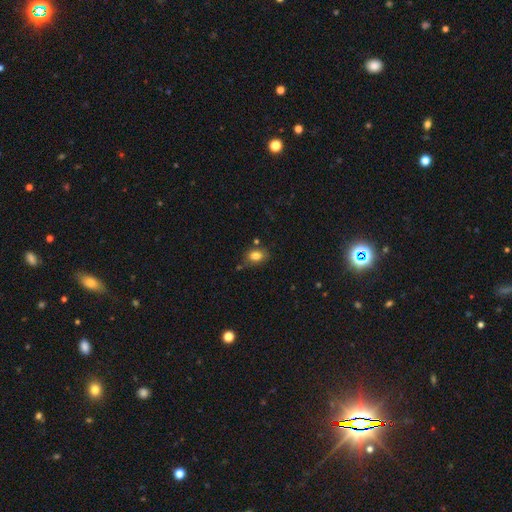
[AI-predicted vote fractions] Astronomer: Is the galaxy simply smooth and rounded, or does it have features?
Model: smooth — 81%.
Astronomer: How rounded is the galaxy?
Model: in between — 73%.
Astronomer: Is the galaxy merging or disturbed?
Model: none — 70%.